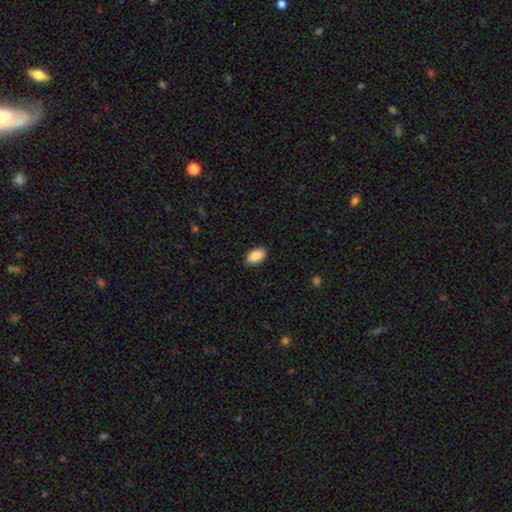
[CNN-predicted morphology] This appears to be a smooth galaxy with no disk features (90%) that is in between round and cigar-shaped (94%). Merging: none (87%).